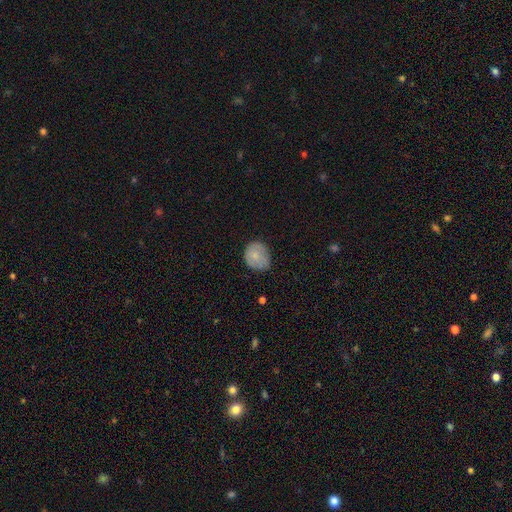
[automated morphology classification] A smooth galaxy with no disk features (75%) that is round (68%).

Vote fractions:
- Smooth or featured? smooth: 75% / featured or disk: 17% / star or artifact: 7%
- How rounded? round: 68% / in between: 31% / cigar-shaped: 1%
- Merging? none: 65% / minor disturbance: 28% / major disturbance: 6% / merger: 1%